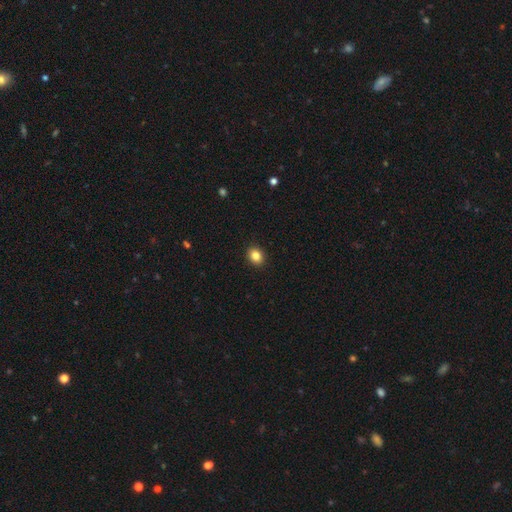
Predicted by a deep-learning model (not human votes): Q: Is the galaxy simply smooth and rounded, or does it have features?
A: smooth — 85%.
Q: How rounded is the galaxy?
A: in between — 51%.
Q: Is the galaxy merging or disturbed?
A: none — 91%.